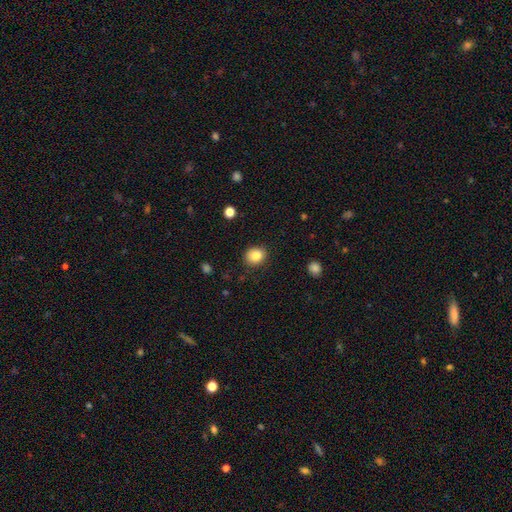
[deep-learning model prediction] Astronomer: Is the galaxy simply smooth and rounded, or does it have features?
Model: smooth — 84%.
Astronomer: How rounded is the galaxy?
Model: round — 69%.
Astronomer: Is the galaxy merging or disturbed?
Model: none — 86%.